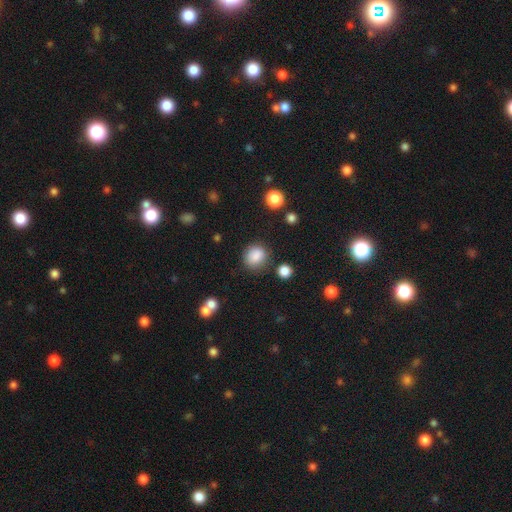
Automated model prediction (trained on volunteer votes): smooth-or-featured: smooth: 86% | star or artifact: 10% | featured or disk: 4%
  how-rounded: round: 73% | in between: 26% | cigar-shaped: 1%
  merging: none: 79% | minor disturbance: 13% | major disturbance: 4% | merger: 4%